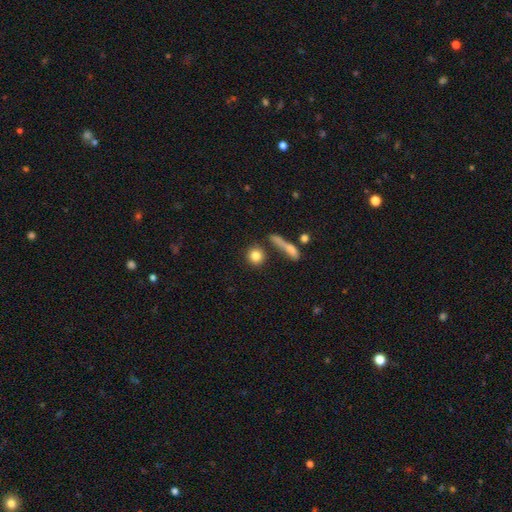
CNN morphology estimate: smooth 82%, star or artifact 9%, featured or disk 9%. Down the decision tree: how rounded — round (84%); merging — none (78%).